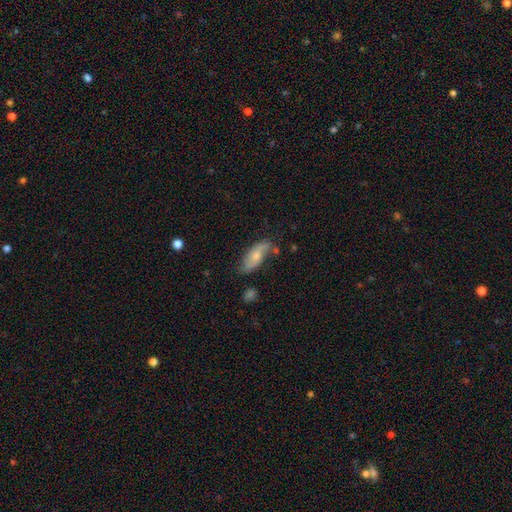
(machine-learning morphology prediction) smooth-or-featured: smooth: 48% | featured or disk: 45% | star or artifact: 7%
  merging: none: 61% | minor disturbance: 26% | major disturbance: 8% | merger: 5%